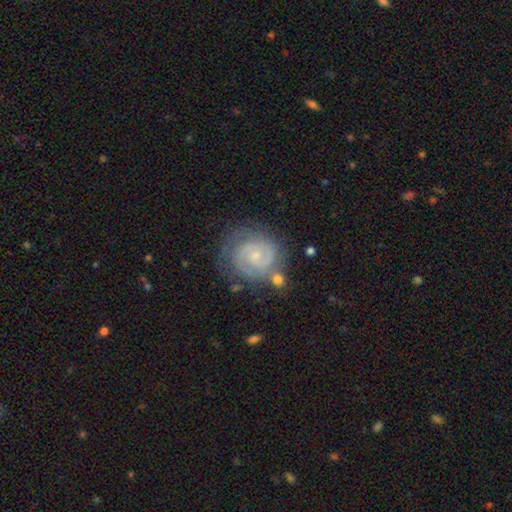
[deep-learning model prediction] Smooth or featured? featured or disk (80%)
Edge-on disk? no (98%)
Bar? no (67%)
Spiral arms? yes (95%)
Spiral winding? tight (69%)
Spiral arm count? 2 (63%)
Bulge size? small (75%)
Merging? none (72%)